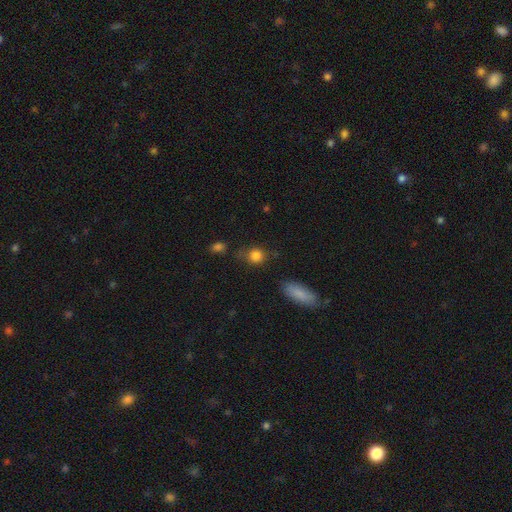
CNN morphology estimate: smooth_or_featured: smooth (p=0.84) [alt: star or artifact p=0.10]
how_rounded: round (p=0.76) [alt: in between p=0.22]
merging: none (p=0.69) [alt: minor disturbance p=0.19]